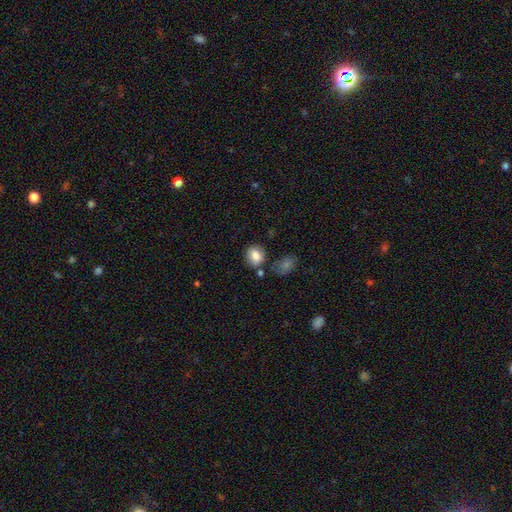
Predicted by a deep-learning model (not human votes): Overall: smooth (81%). How rounded: round (59%; in between 40%). Merging: none (71%).